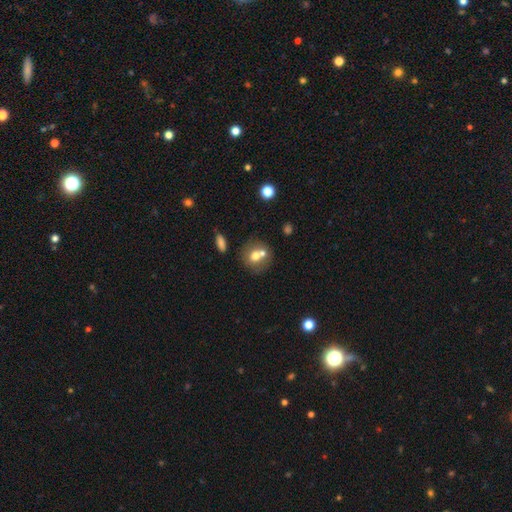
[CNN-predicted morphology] This is likely a smooth galaxy (65%). How rounded: likely round (79%). Merging: marginally none (45%).